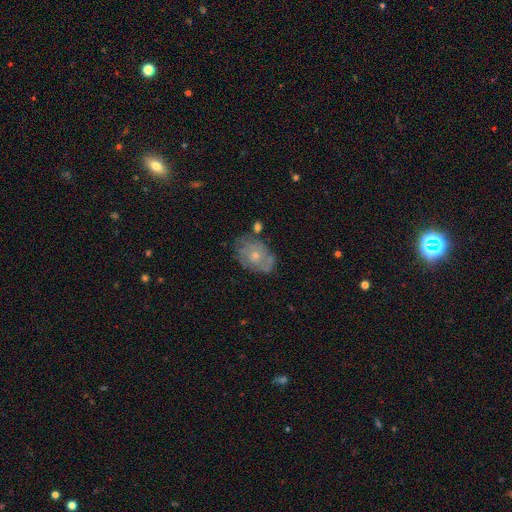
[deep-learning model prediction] Smooth or featured? featured or disk (54%)
Edge-on disk? no (96%)
Bar? no (89%)
Spiral arms? no (56%)
Bulge size? small (61%)
Merging? none (59%)